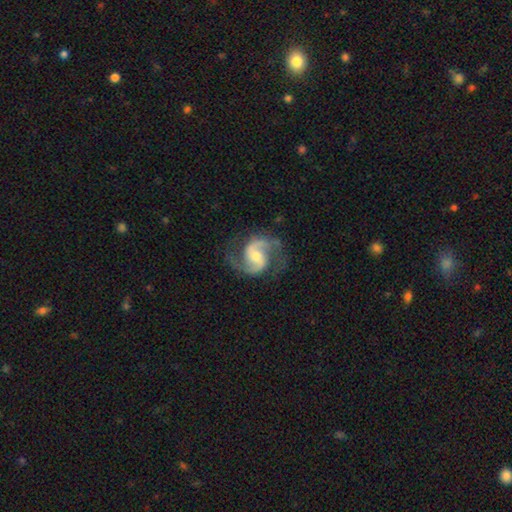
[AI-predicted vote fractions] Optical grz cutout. It shows a featured or disk galaxy (91%) with a weak bar (48%), 2 (93%) medium (62%) spiral arms (98%) and a moderate central bulge (56%). Merging: none (76%).